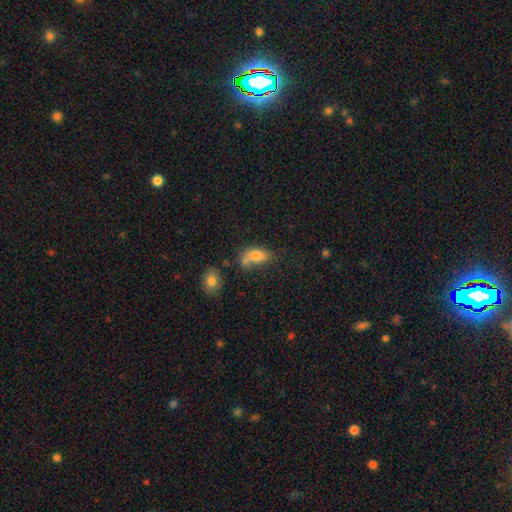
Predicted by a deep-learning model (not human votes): The model was most divided on "merging": none: 36%, merger: 35%, minor disturbance: 19%, major disturbance: 11%. More confident: how rounded — in between (85%); smooth or featured — smooth (77%).